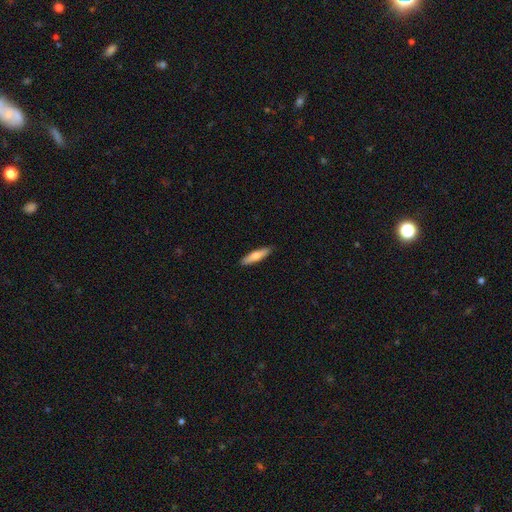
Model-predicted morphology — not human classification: A smooth galaxy with no disk features (65%) that is cigar-shaped (77%).

Vote fractions:
- Smooth or featured? smooth: 65% / featured or disk: 30% / star or artifact: 6%
- How rounded? cigar-shaped: 77% / in between: 22% / round: 2%
- Merging? none: 90% / minor disturbance: 7% / major disturbance: 1% / merger: 1%